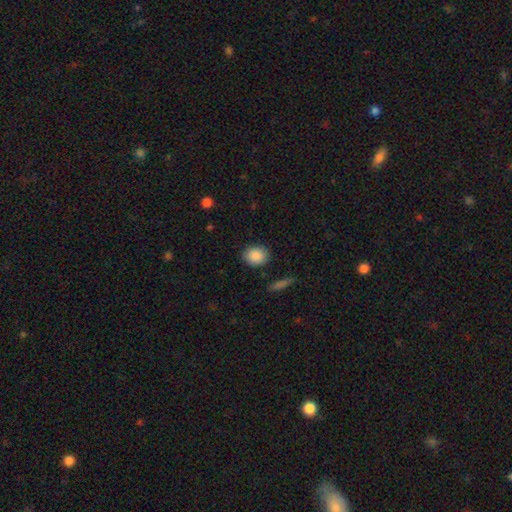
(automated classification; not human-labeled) A smooth galaxy with no disk features (88%) that is round (51%). Merging: none (86%).